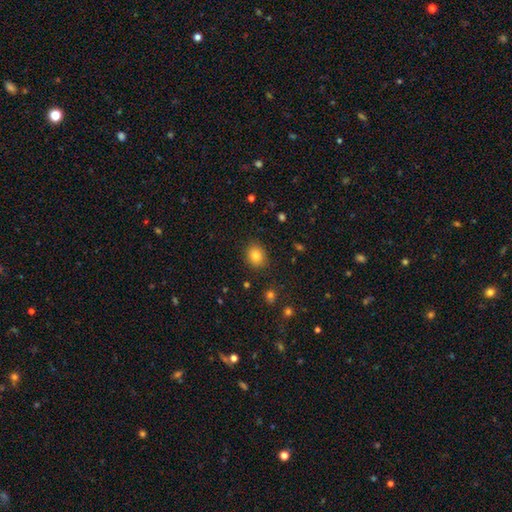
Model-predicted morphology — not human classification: The model was most divided on "how rounded": round: 62%, in between: 37%, cigar-shaped: 1%. More confident: merging — none (87%); smooth or featured — smooth (83%).